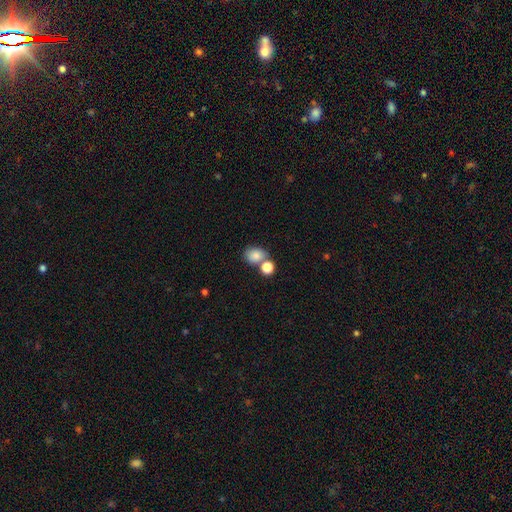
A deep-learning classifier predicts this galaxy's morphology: Q: Smooth or featured?
A: smooth (81%); runner-up: star or artifact (11%)
Q: How rounded?
A: in between (51%); runner-up: round (48%)
Q: Merging?
A: none (54%); runner-up: merger (30%)